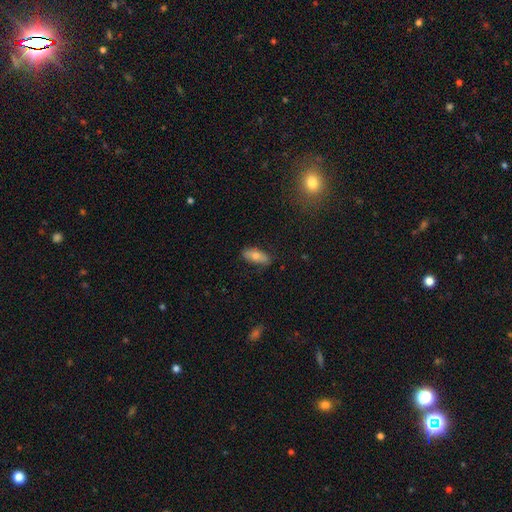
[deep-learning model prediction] Overall: smooth (69%). How rounded: in between (77%). Merging: none (81%).